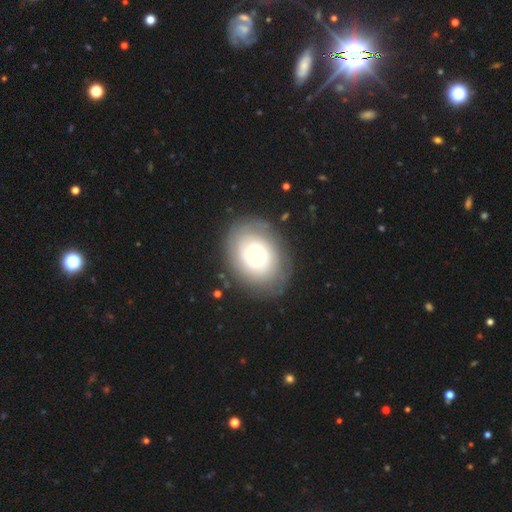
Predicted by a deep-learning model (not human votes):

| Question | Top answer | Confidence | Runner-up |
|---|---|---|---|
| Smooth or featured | featured or disk | 55% | smooth (38%) |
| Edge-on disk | no | 96% | yes (4%) |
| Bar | no | 89% | weak (9%) |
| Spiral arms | yes | 53% | no (47%) |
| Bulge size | moderate | 50% | small (36%) |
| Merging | none | 79% | minor disturbance (13%) |